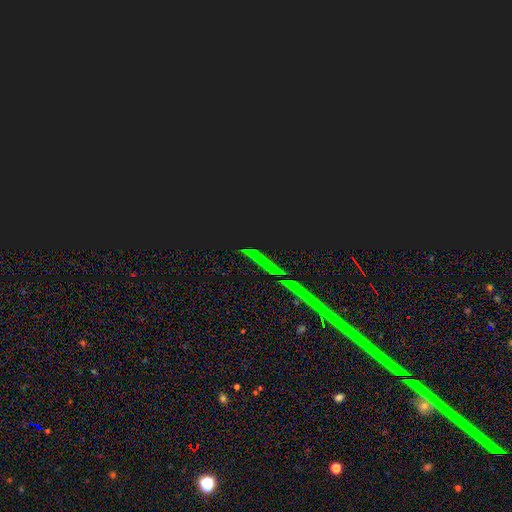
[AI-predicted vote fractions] A star or artifact, not a galaxy (86%).

Vote fractions:
- Smooth or featured? star or artifact: 86% / featured or disk: 7% / smooth: 7%